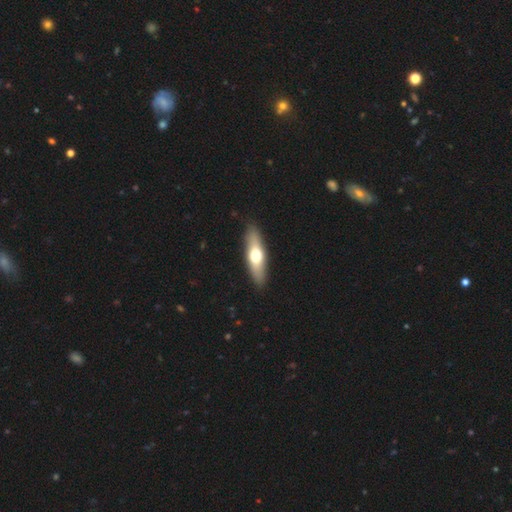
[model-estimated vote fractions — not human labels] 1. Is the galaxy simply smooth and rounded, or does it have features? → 55% smooth, 40% featured or disk, 5% star or artifact.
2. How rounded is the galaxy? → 58% cigar-shaped, 40% in between, 2% round.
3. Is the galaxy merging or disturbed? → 89% none, 8% minor disturbance, 2% major disturbance, 1% merger.